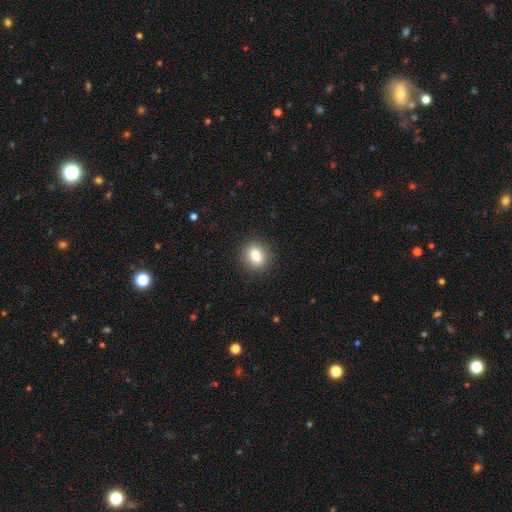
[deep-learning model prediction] Smooth or featured? Predicted: smooth (p=0.83). How rounded? Predicted: round (p=0.52). Merging? Predicted: none (p=0.89).